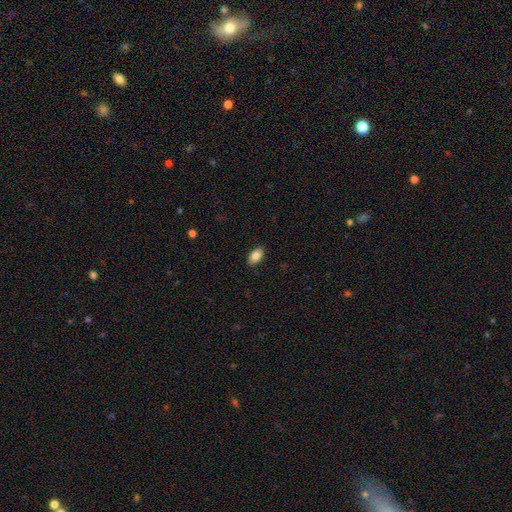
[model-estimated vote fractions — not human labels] smooth-or-featured: smooth: 86% | star or artifact: 8% | featured or disk: 6%
  how-rounded: in between: 92% | round: 6% | cigar-shaped: 2%
  merging: none: 89% | minor disturbance: 8% | major disturbance: 2% | merger: 1%